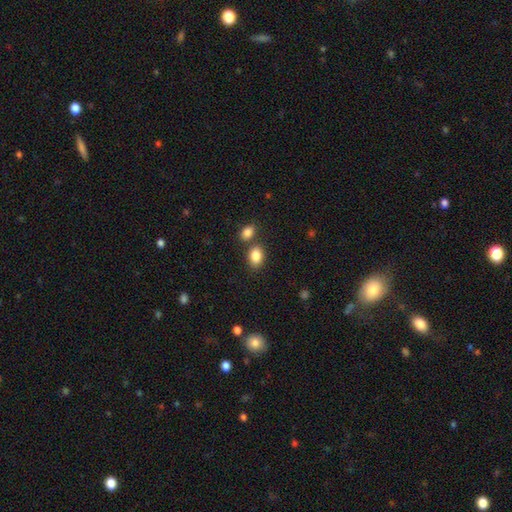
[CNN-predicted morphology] Smooth or featured: smooth — 85% (star or artifact — 9%)
How rounded: in between — 78% (round — 21%)
Merging: none — 65% (merger — 21%)